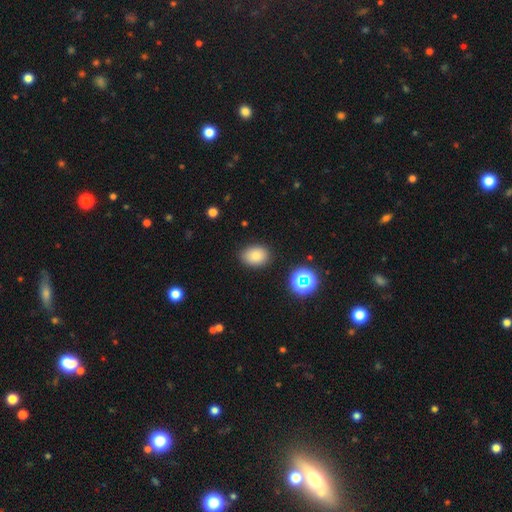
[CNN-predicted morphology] Smooth or featured?
  - smooth: 78% *
  - star or artifact: 13%
  - featured or disk: 9%
How rounded?
  - in between: 66% *
  - round: 33%
  - cigar-shaped: 1%
Merging?
  - none: 85% *
  - minor disturbance: 11%
  - major disturbance: 3%
  - merger: 2%